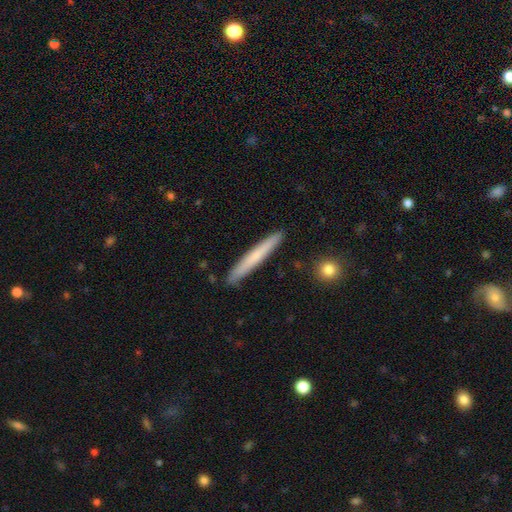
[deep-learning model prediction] Overall: smooth (63%; featured or disk 31%). How rounded: cigar-shaped (97%). Merging: none (91%).